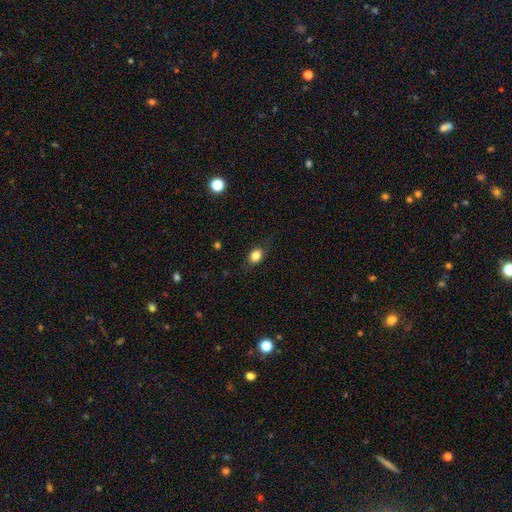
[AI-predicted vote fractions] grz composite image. It shows a smooth galaxy with no disk features (83%) that is in between round and cigar-shaped (58%). Merging: none (81%).